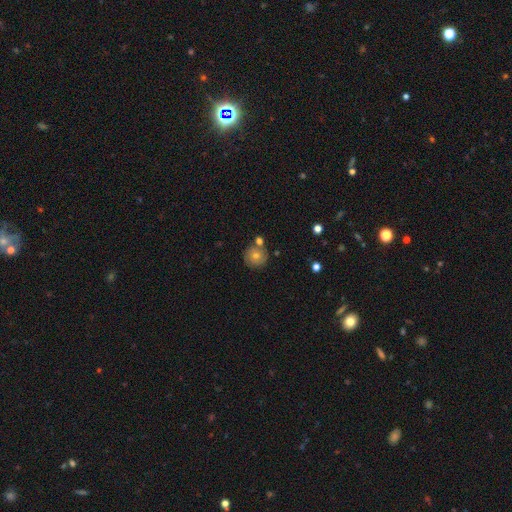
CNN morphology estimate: Smooth or featured: smooth — 63% (featured or disk — 28%)
How rounded: round — 92% (in between — 7%)
Merging: none — 70% (merger — 15%)